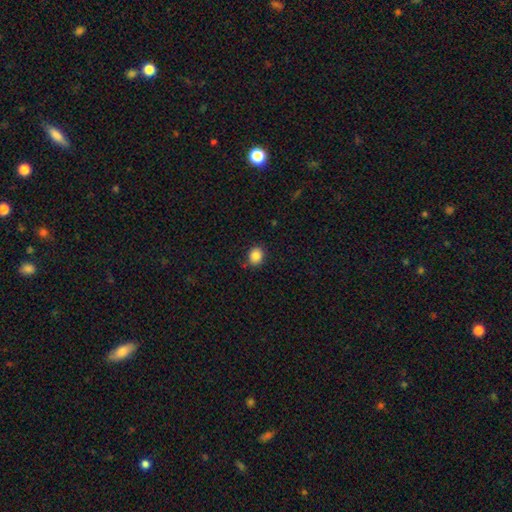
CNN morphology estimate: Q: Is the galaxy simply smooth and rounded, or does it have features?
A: smooth — 85%.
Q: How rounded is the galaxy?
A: round — 67%.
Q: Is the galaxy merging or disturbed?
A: none — 84%.